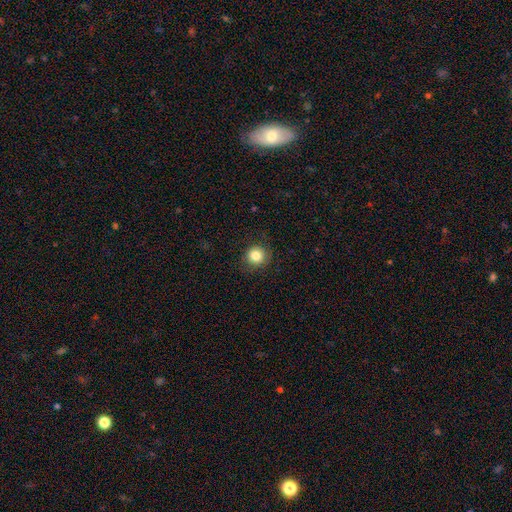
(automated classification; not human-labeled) smooth-or-featured: smooth: 83% | star or artifact: 10% | featured or disk: 6%
  how-rounded: round: 90% | in between: 9% | cigar-shaped: 1%
  merging: none: 86% | minor disturbance: 10% | major disturbance: 3% | merger: 1%